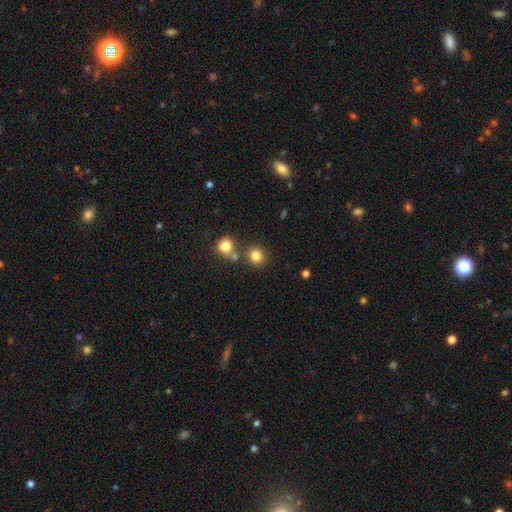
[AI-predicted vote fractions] Overall: smooth (81%). How rounded: round (88%). Merging: none (72%).